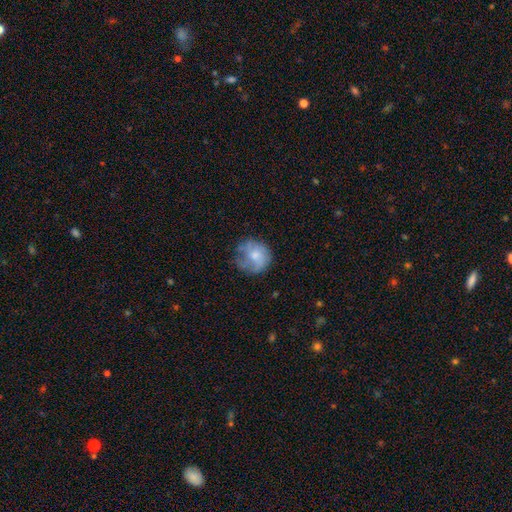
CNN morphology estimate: type=smooth (57%); roundness=round (80%); merging=none (53%).